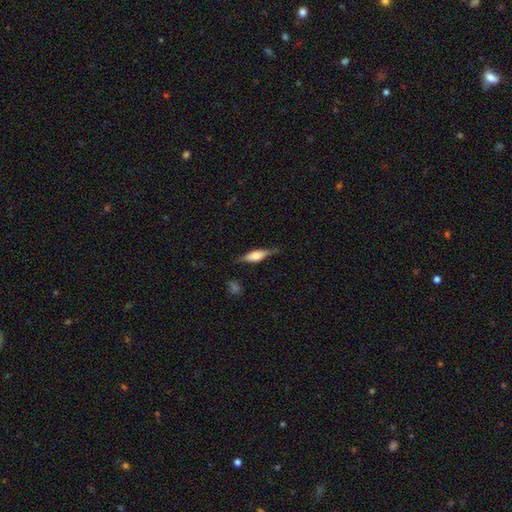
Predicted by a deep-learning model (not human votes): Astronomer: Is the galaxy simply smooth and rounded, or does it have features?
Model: featured or disk — 54% (runner-up: smooth, 39%).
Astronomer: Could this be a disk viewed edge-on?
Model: yes — 95%.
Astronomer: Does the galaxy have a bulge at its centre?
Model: rounded — 69%.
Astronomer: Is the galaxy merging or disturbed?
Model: none — 78%.